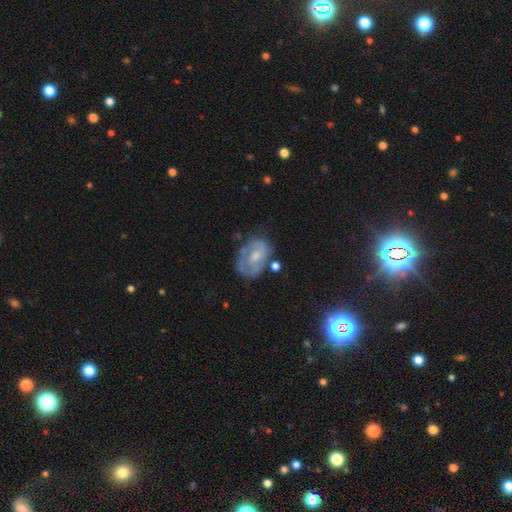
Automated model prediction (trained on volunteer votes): smooth_or_featured: featured or disk (p=0.64) [alt: smooth p=0.28]
disk_edge_on: no (p=0.97) [alt: yes p=0.03]
bar: no (p=0.65) [alt: weak p=0.30]
has_spiral_arms: yes (p=0.61) [alt: no p=0.39]
bulge_size: small (p=0.45) [alt: moderate p=0.43]
merging: none (p=0.55) [alt: minor disturbance p=0.25]